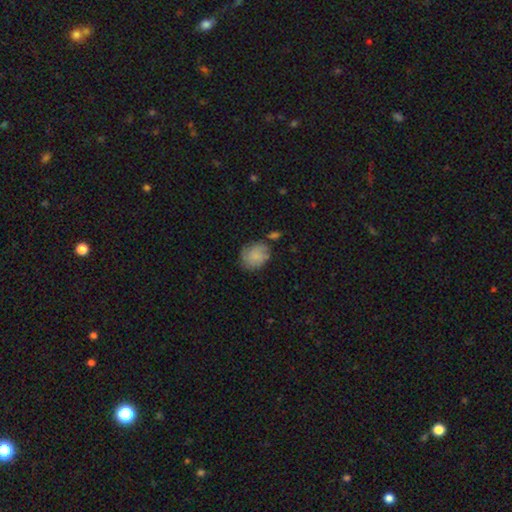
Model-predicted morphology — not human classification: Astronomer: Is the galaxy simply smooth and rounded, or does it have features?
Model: smooth — 73%.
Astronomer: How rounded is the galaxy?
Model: round — 59% (runner-up: in between, 40%).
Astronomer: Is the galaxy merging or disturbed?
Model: none — 59%.